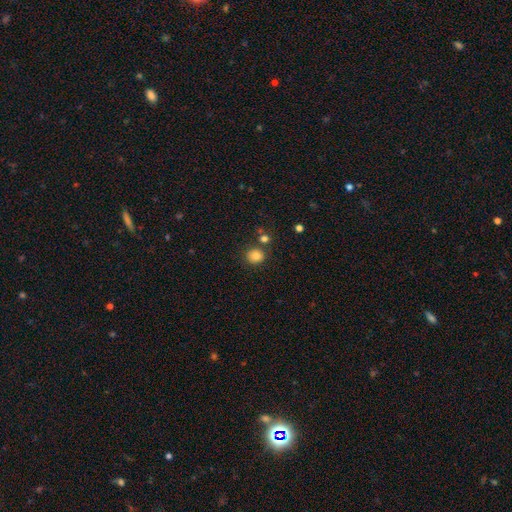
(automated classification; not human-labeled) The model was most divided on "how rounded": round: 83%, in between: 16%, cigar-shaped: 1%. More confident: smooth or featured — smooth (83%); merging — none (80%).